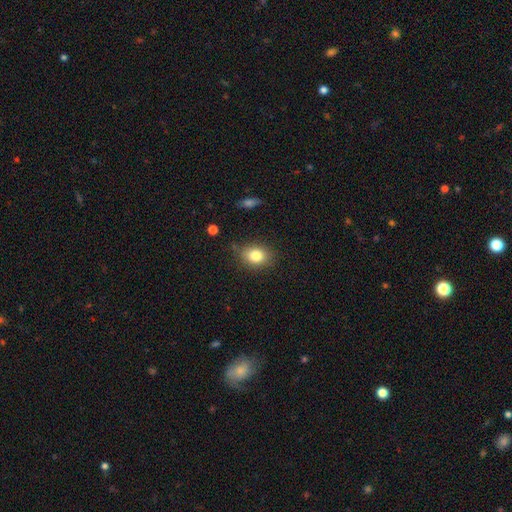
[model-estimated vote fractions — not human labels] This appears to be a smooth galaxy with no disk features (83%) that is in between round and cigar-shaped (63%). Merging: none (78%).